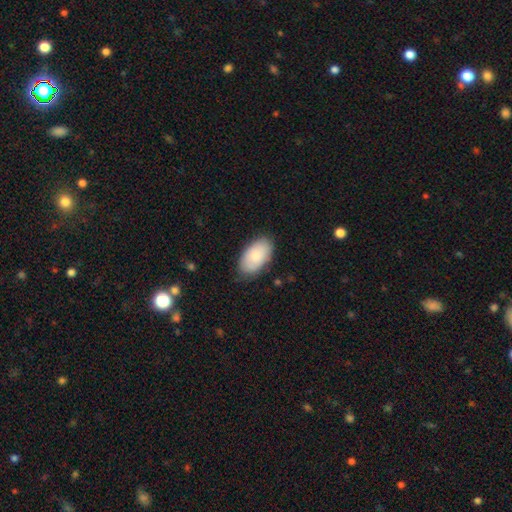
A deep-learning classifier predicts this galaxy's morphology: This is likely a smooth galaxy (77%). How rounded: clearly in between (95%). Merging: likely none (80%).